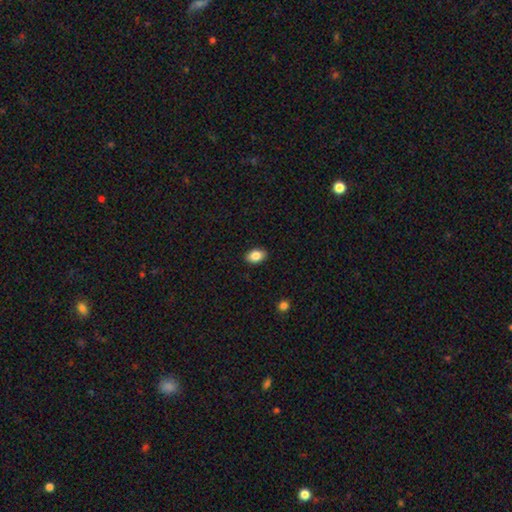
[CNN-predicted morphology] This appears to be a smooth galaxy with no disk features (87%) that is in between round and cigar-shaped (86%). Merging: none (90%).